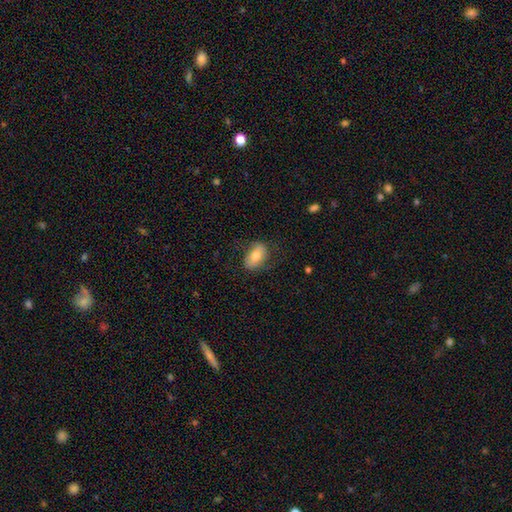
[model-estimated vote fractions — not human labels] Smooth or featured: smooth — 70% (featured or disk — 23%)
How rounded: in between — 88% (round — 10%)
Merging: none — 75% (minor disturbance — 17%)